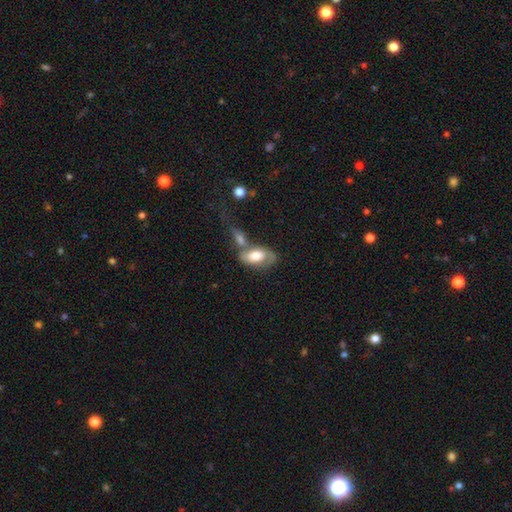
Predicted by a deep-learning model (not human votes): smooth-or-featured: smooth: 62% | featured or disk: 32% | star or artifact: 6%
  how-rounded: in between: 92% | round: 5% | cigar-shaped: 3%
  merging: merger: 41% | none: 32% | minor disturbance: 16% | major disturbance: 12%